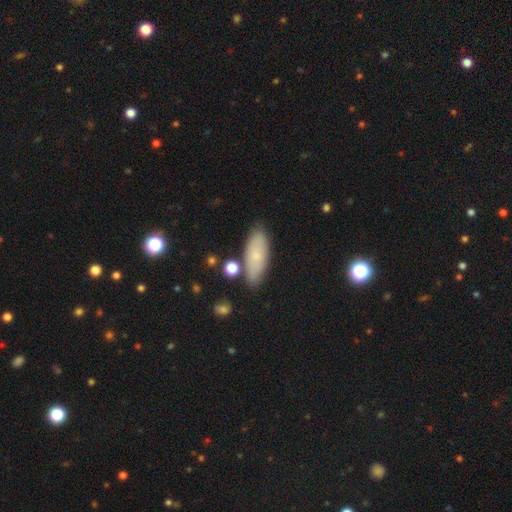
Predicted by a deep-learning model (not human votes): This appears to be a smooth galaxy with no disk features (75%) that is in between round and cigar-shaped (71%). Merging: none (79%).